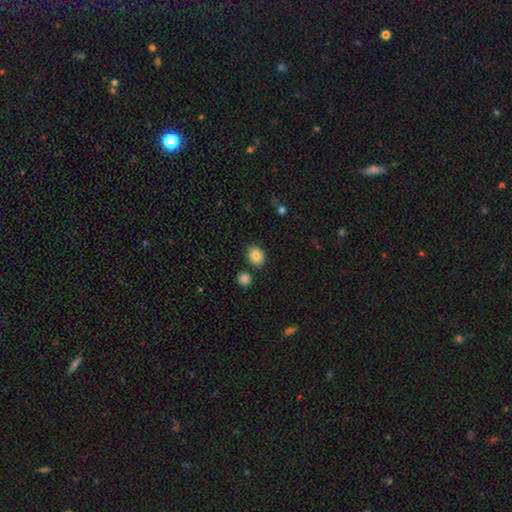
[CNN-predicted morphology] smooth-or-featured: smooth: 85% | star or artifact: 9% | featured or disk: 6%
  how-rounded: in between: 53% | round: 46% | cigar-shaped: 1%
  merging: none: 83% | minor disturbance: 9% | merger: 6% | major disturbance: 2%